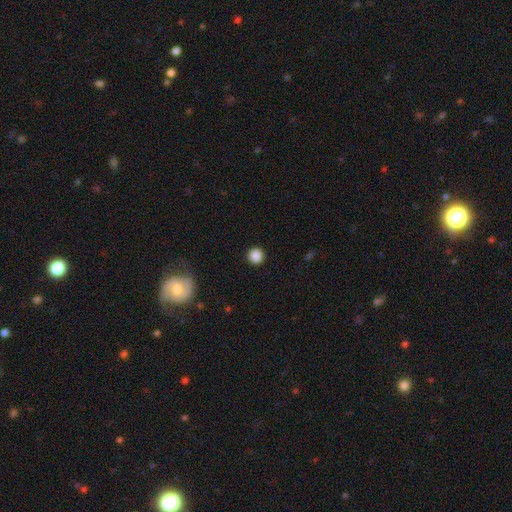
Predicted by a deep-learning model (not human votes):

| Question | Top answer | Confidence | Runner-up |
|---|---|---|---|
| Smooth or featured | smooth | 87% | star or artifact (10%) |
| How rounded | round | 95% | in between (4%) |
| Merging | none | 93% | minor disturbance (4%) |